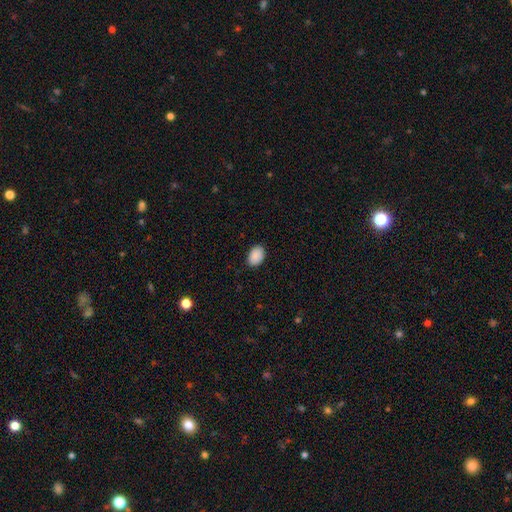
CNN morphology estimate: type=smooth (90%); roundness=in between (85%); merging=none (88%).